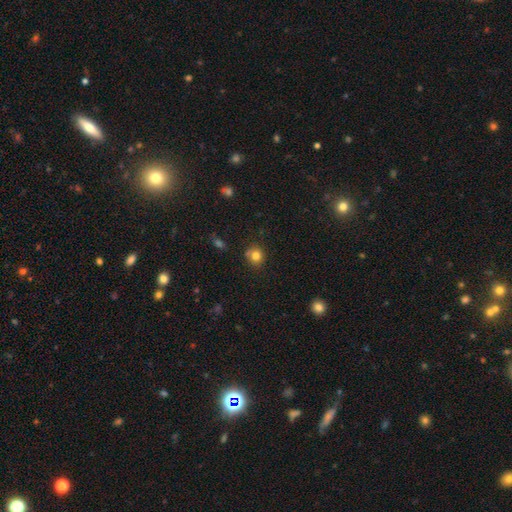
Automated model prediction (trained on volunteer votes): Smooth or featured?
  - smooth: 80% *
  - star or artifact: 12%
  - featured or disk: 7%
How rounded?
  - round: 81% *
  - in between: 18%
  - cigar-shaped: 1%
Merging?
  - none: 73% *
  - minor disturbance: 16%
  - merger: 6%
  - major disturbance: 4%